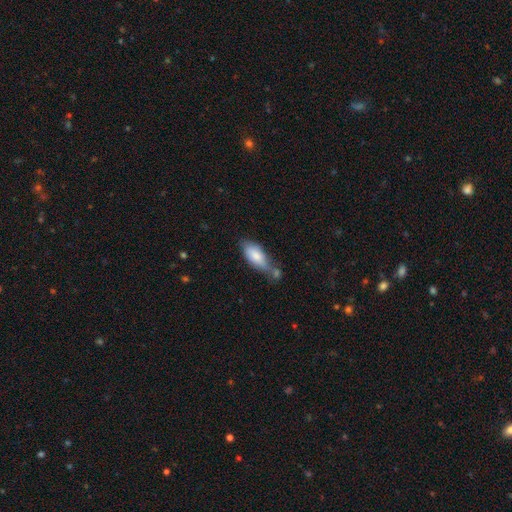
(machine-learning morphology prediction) smooth 80%, featured or disk 14%, star or artifact 6%. Down the decision tree: how rounded — in between (83%); merging — none (38%).